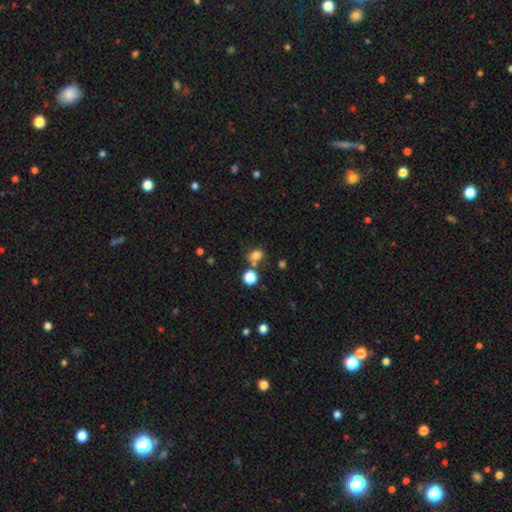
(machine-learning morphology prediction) Smooth or featured? smooth (78%)
How rounded? in between (50%)
Merging? none (63%)